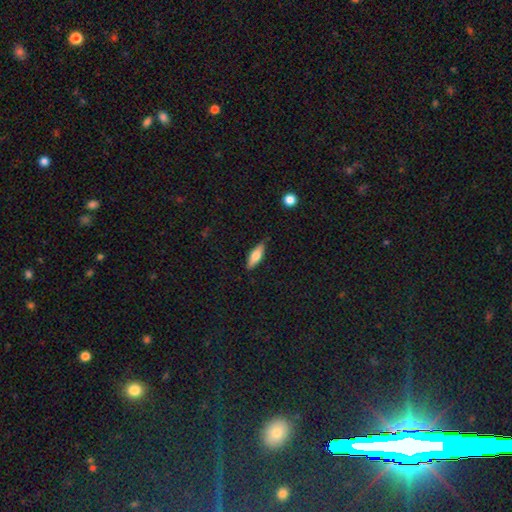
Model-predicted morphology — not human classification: Overall: smooth (65%; featured or disk 29%). How rounded: in between (51%; cigar-shaped 47%). Merging: none (81%).